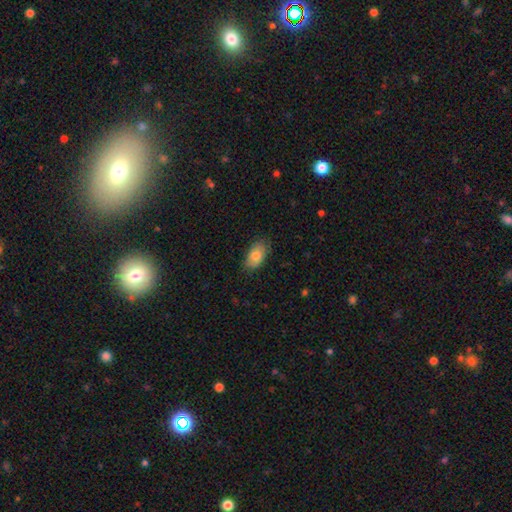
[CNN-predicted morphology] Smooth or featured? Predicted: smooth (p=0.77). How rounded? Predicted: in between (p=0.92). Merging? Predicted: none (p=0.77).